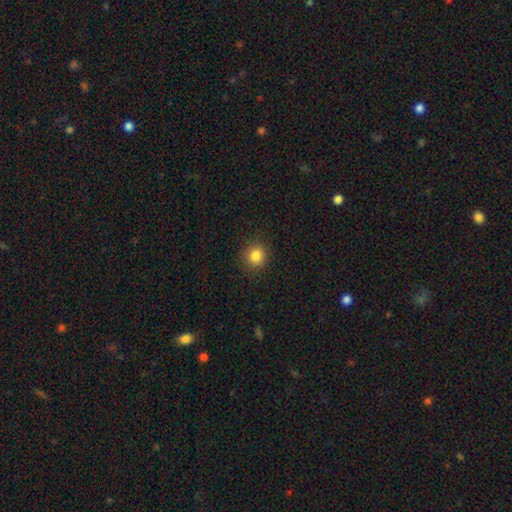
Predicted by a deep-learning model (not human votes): Smooth or featured? smooth (84%)
How rounded? round (91%)
Merging? none (89%)